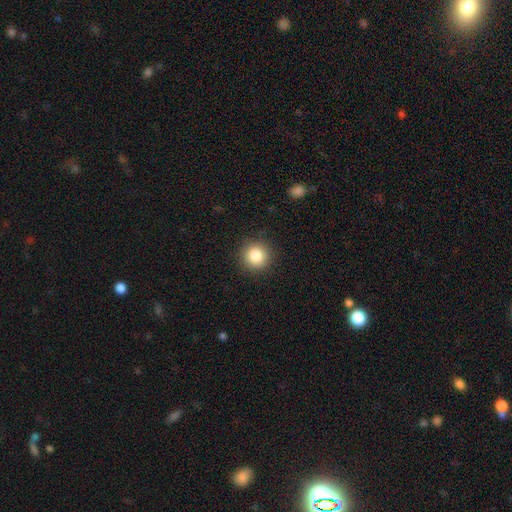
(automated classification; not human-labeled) Smooth or featured?
  - smooth: 84% *
  - star or artifact: 10%
  - featured or disk: 6%
How rounded?
  - round: 94% *
  - in between: 5%
  - cigar-shaped: 1%
Merging?
  - none: 91% *
  - minor disturbance: 6%
  - major disturbance: 2%
  - merger: 1%